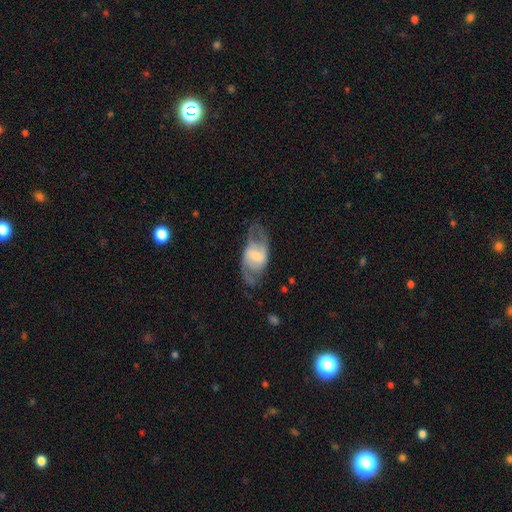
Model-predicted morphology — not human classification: This appears to be a featured or disk galaxy (72%) with a weak bar (48%), 2 (83%) medium (48%) spiral arms (83%) and a small central bulge (45%). Merging: none (65%).